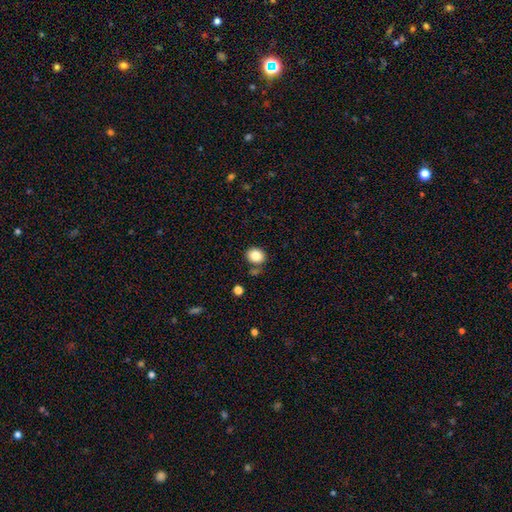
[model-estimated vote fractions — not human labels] This appears to be a smooth galaxy with no disk features (85%) that is round (63%). Merging: none (76%).